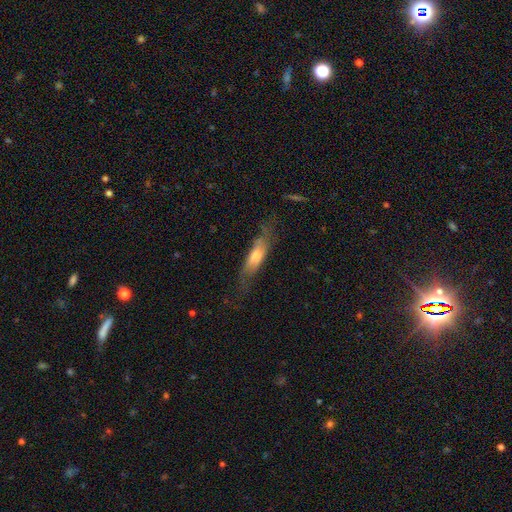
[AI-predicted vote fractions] Smooth or featured? smooth (49%)
Merging? none (53%)